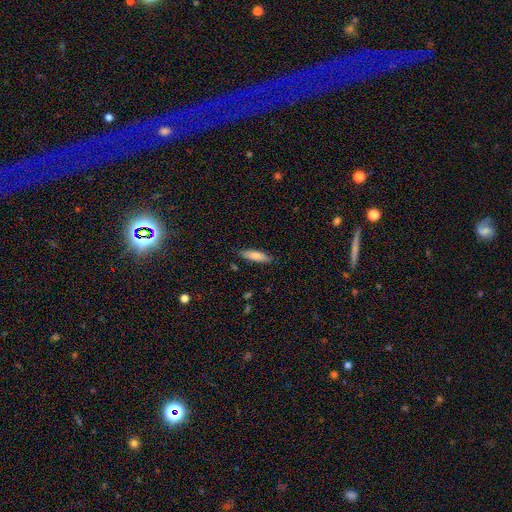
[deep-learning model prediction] A smooth galaxy with no disk features (79%) that is cigar-shaped (57%). Merging: none (84%).